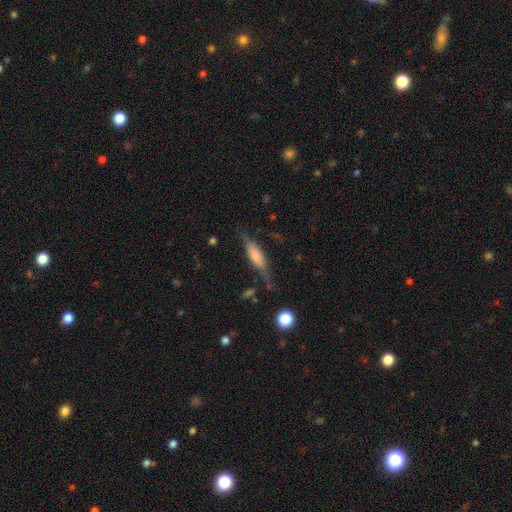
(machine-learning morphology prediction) Smooth or featured? smooth (52%)
How rounded? cigar-shaped (59%)
Merging? none (59%)